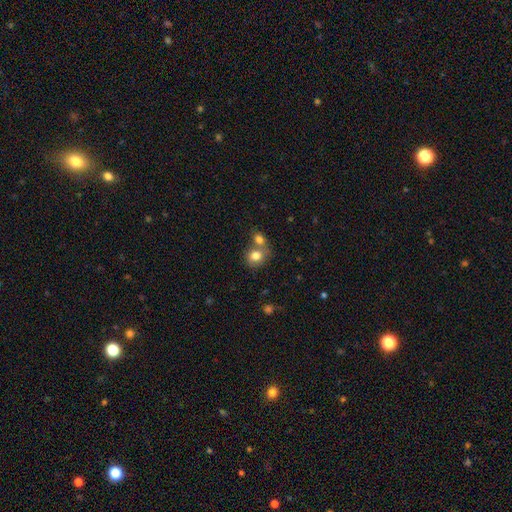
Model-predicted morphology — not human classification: Smooth or featured? Predicted: smooth (p=0.81). How rounded? Predicted: round (p=0.69). Merging? Predicted: merger (p=0.45).